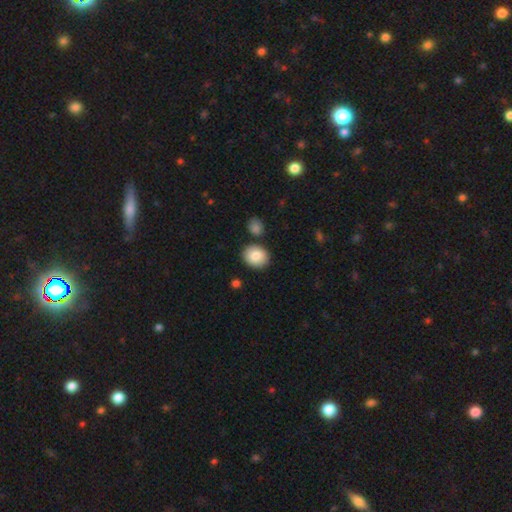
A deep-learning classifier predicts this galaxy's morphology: A smooth galaxy with no disk features (85%) that is round (61%).

Vote fractions:
- Smooth or featured? smooth: 85% / featured or disk: 8% / star or artifact: 7%
- How rounded? round: 61% / in between: 38% / cigar-shaped: 1%
- Merging? none: 82% / minor disturbance: 9% / merger: 7% / major disturbance: 2%